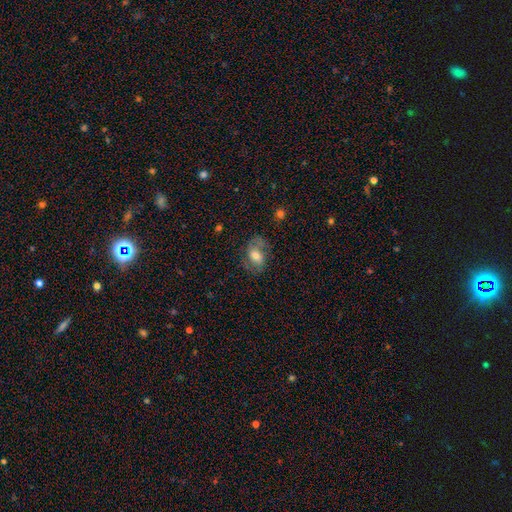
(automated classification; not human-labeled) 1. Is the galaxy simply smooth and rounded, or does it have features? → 49% featured or disk, 43% smooth, 8% star or artifact.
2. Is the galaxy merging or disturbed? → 61% none, 22% minor disturbance, 15% major disturbance, 2% merger.